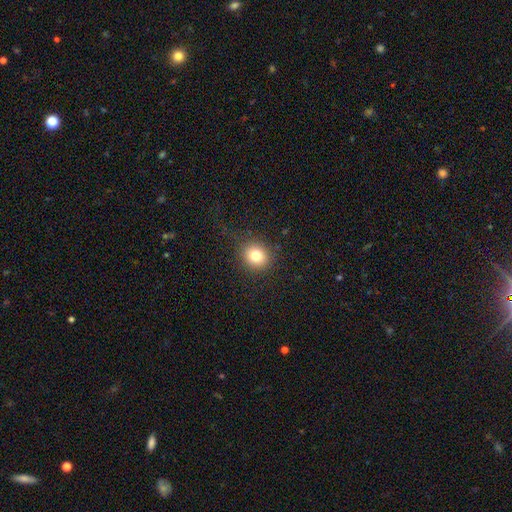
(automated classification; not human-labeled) Q: Smooth or featured?
A: smooth (79%); runner-up: star or artifact (12%)
Q: How rounded?
A: round (80%); runner-up: in between (19%)
Q: Merging?
A: none (86%); runner-up: minor disturbance (9%)